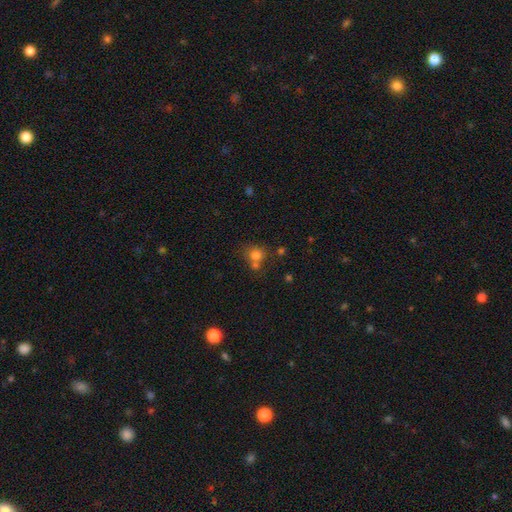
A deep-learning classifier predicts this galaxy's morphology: Smooth or featured? Predicted: smooth (p=0.75). How rounded? Predicted: round (p=0.77). Merging? Predicted: none (p=0.49).